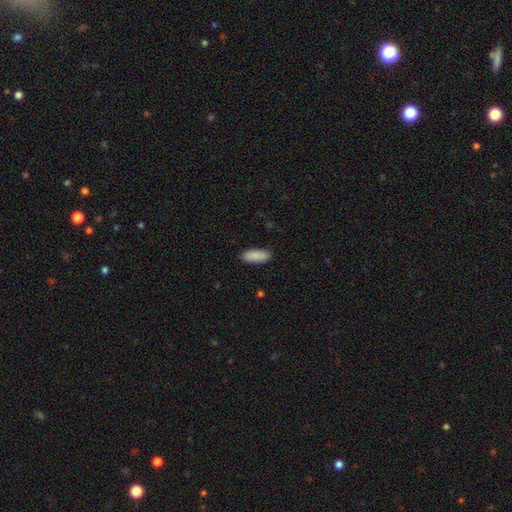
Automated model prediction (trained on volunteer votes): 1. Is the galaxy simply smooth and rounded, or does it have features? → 88% smooth, 7% featured or disk, 6% star or artifact.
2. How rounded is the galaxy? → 80% in between, 18% cigar-shaped, 2% round.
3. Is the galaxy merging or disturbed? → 88% none, 9% minor disturbance, 2% major disturbance, 1% merger.